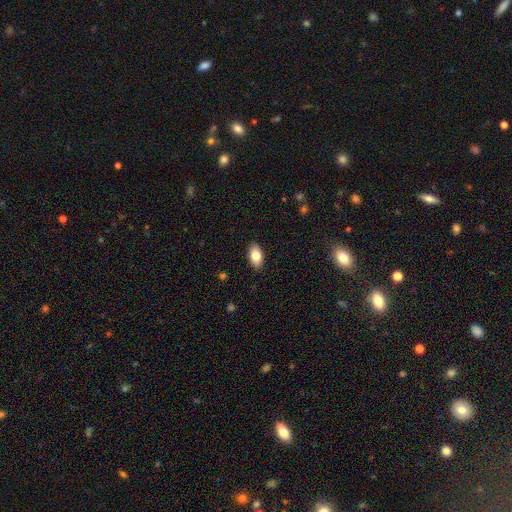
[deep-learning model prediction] Q: Smooth or featured?
A: smooth (83%); runner-up: featured or disk (10%)
Q: How rounded?
A: in between (93%); runner-up: round (5%)
Q: Merging?
A: none (89%); runner-up: minor disturbance (8%)